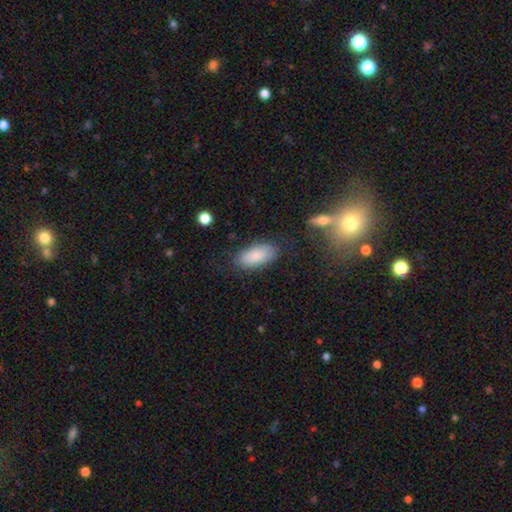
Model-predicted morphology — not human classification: Smooth or featured? Predicted: smooth (p=0.84). How rounded? Predicted: in between (p=0.90). Merging? Predicted: none (p=0.79).